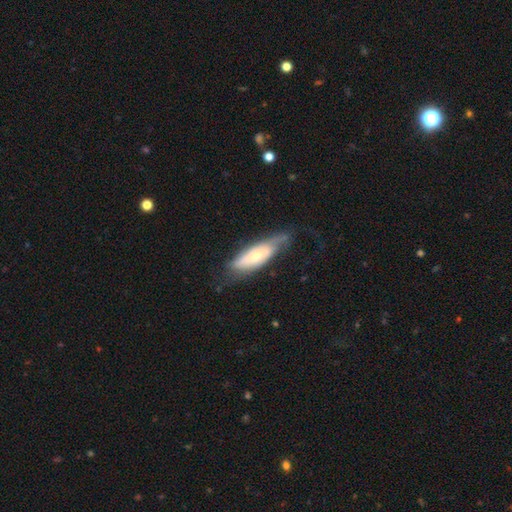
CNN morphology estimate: This is possibly a featured or disk galaxy (54%). It is likely not viewed edge-on (70%). Merging: possibly none (52%).